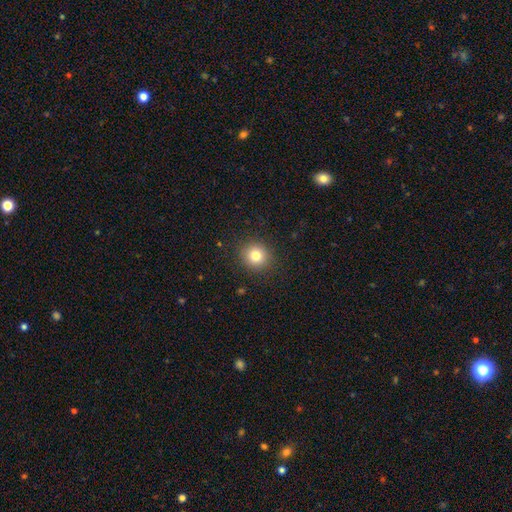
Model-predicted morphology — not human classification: Overall: smooth (80%). How rounded: round (89%). Merging: none (90%).